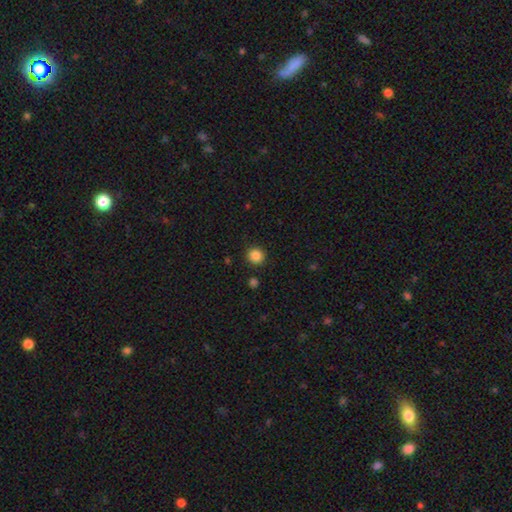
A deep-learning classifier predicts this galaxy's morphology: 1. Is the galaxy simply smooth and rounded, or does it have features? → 85% smooth, 11% star or artifact, 3% featured or disk.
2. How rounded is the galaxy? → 91% round, 8% in between, 1% cigar-shaped.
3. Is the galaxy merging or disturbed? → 90% none, 6% minor disturbance, 2% major disturbance, 2% merger.